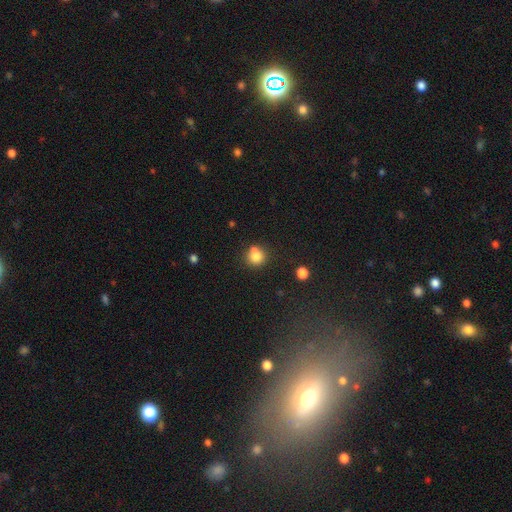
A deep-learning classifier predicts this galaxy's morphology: Smooth or featured?
  - smooth: 79% *
  - star or artifact: 12%
  - featured or disk: 10%
How rounded?
  - round: 83% *
  - in between: 16%
  - cigar-shaped: 1%
Merging?
  - none: 55% *
  - merger: 27%
  - minor disturbance: 14%
  - major disturbance: 5%